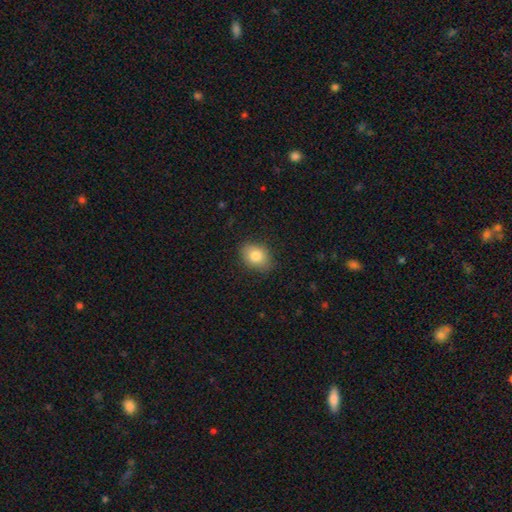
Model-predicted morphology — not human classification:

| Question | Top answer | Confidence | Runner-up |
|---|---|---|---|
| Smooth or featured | smooth | 82% | featured or disk (9%) |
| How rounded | in between | 66% | round (33%) |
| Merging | none | 84% | minor disturbance (13%) |